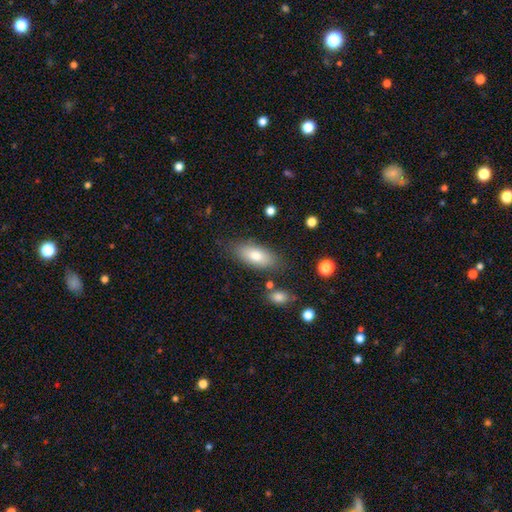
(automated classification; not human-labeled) Morphology: type=smooth (76%); roundness=in between (84%); merging=none (80%).